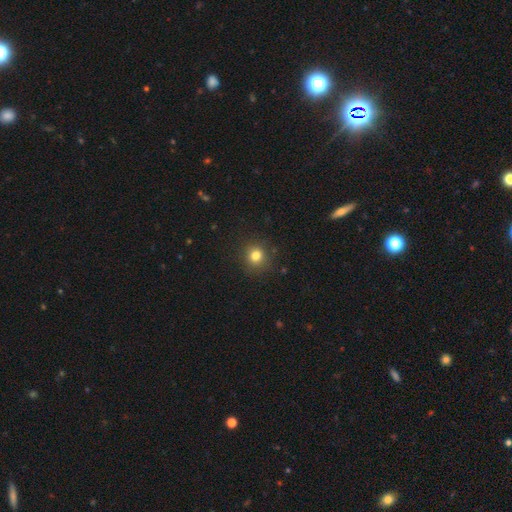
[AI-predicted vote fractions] Smooth or featured? Predicted: smooth (p=0.80). How rounded? Predicted: round (p=0.90). Merging? Predicted: none (p=0.88).